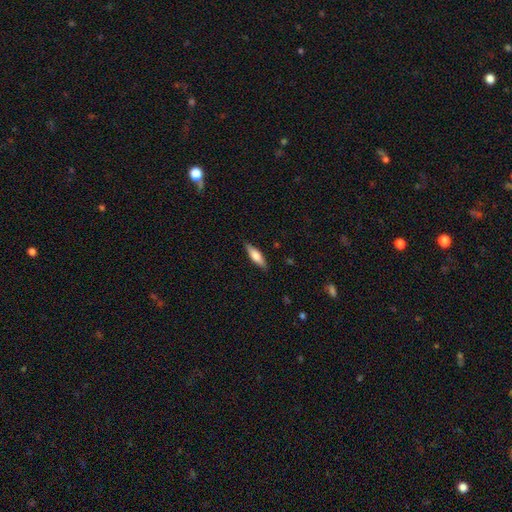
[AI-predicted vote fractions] Q: Smooth or featured?
A: smooth (65%); runner-up: featured or disk (29%)
Q: How rounded?
A: cigar-shaped (58%); runner-up: in between (40%)
Q: Merging?
A: none (87%); runner-up: minor disturbance (10%)